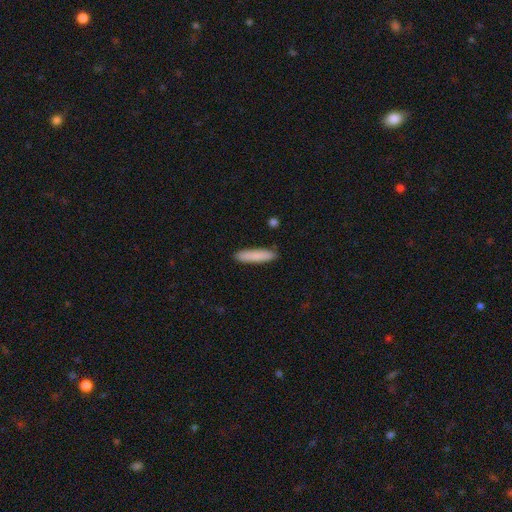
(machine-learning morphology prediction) Smooth or featured? Predicted: smooth (p=0.86). How rounded? Predicted: cigar-shaped (p=0.84). Merging? Predicted: none (p=0.89).